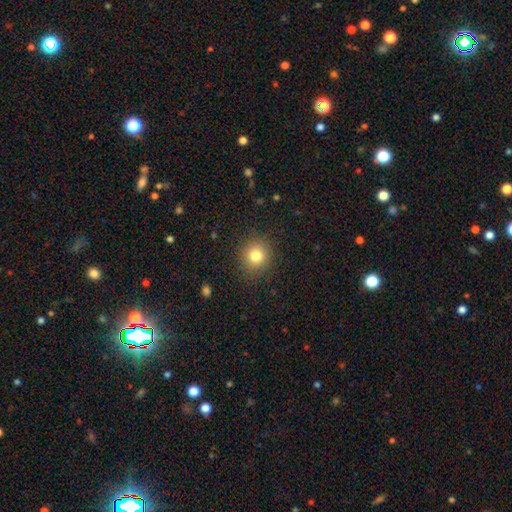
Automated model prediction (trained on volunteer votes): This is likely a smooth galaxy (79%). How rounded: clearly round (89%). Merging: clearly none (89%).